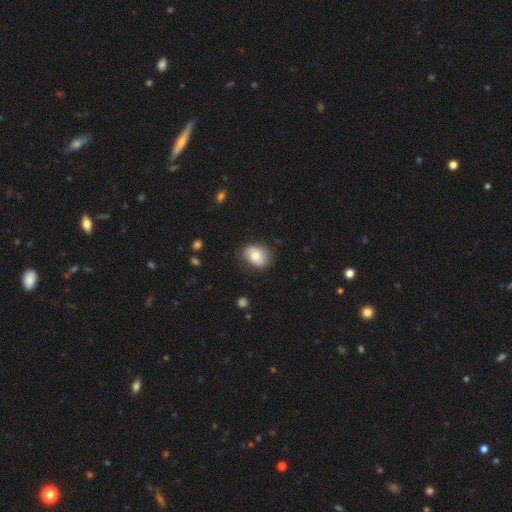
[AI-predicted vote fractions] Overall: smooth (75%). How rounded: in between (68%; round 31%). Merging: none (77%).